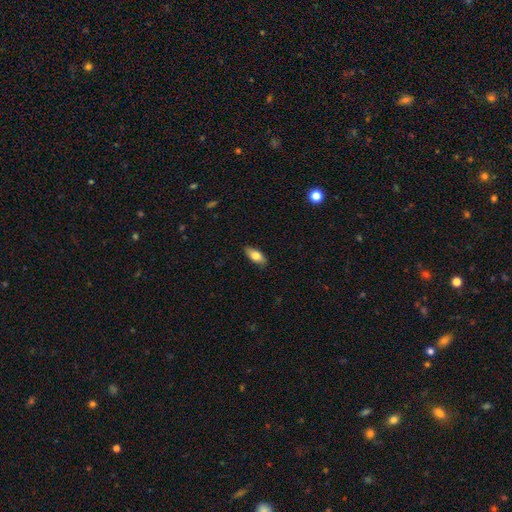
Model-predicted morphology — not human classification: type=smooth (76%); roundness=in between (84%); merging=none (86%).